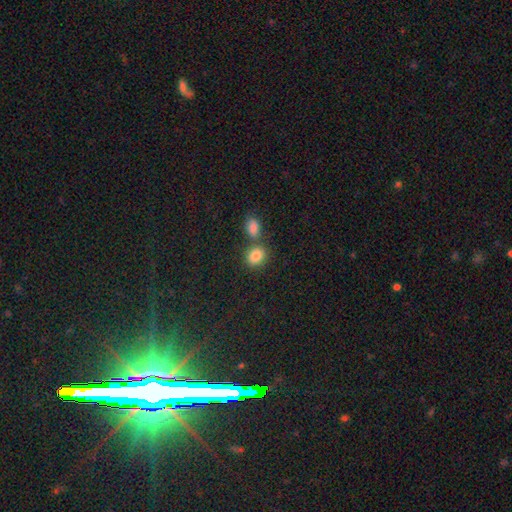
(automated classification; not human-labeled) Smooth or featured? smooth (84%)
How rounded? in between (55%)
Merging? none (58%)